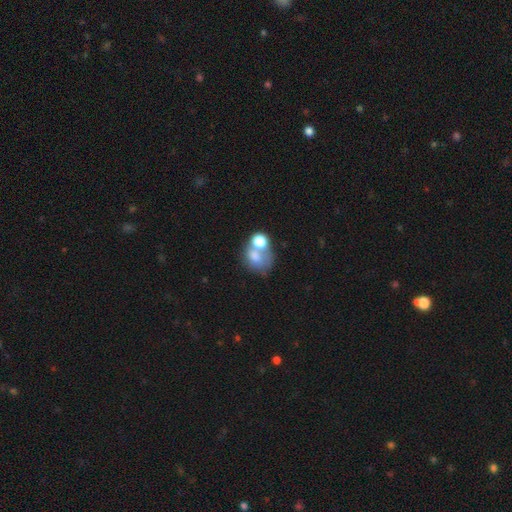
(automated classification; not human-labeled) Smooth or featured? smooth (67%)
How rounded? in between (53%)
Merging? merger (54%)